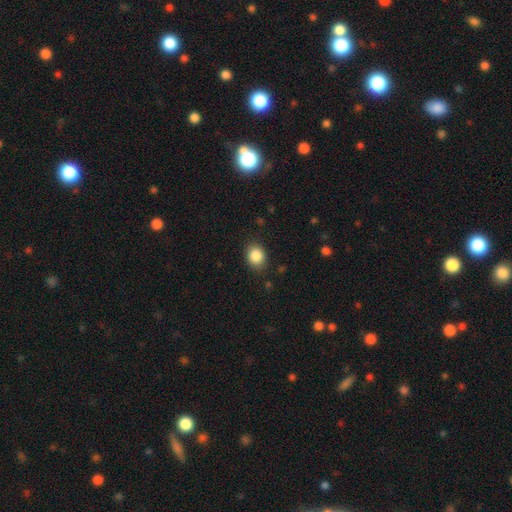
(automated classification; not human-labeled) This is clearly a smooth galaxy (87%). How rounded: likely round (62%). Merging: clearly none (84%).